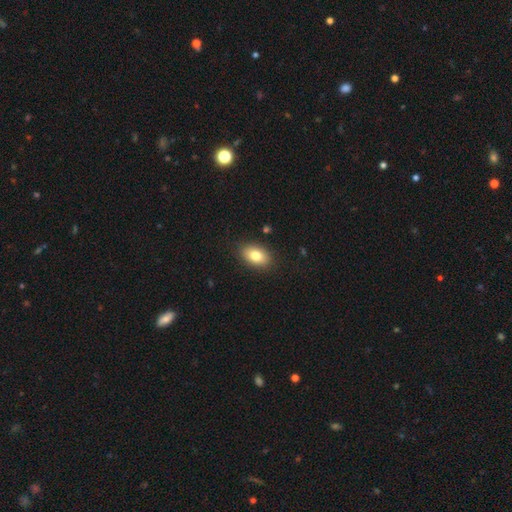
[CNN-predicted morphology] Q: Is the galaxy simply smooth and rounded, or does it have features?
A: smooth — 81%.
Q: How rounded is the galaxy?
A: in between — 86%.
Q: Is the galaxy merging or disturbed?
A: none — 86%.